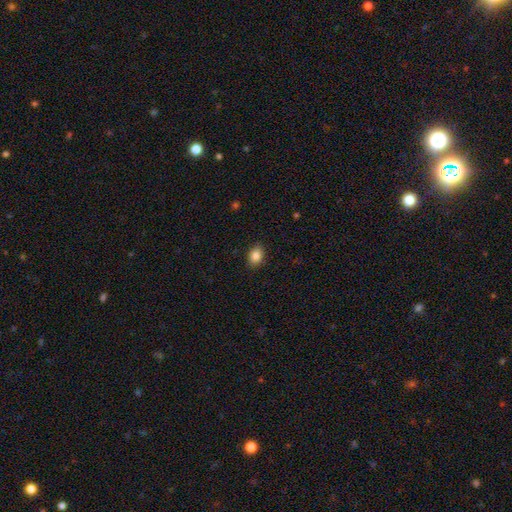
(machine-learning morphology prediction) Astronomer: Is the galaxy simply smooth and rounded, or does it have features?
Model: smooth — 86%.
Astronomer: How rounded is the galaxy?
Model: in between — 71%.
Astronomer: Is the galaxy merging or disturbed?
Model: none — 88%.